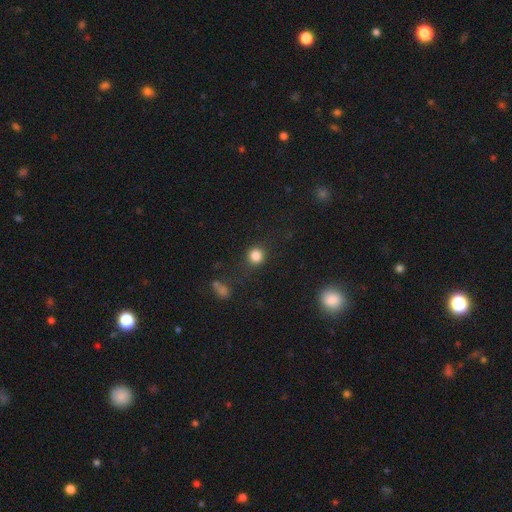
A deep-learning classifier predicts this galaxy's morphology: type=smooth (84%); roundness=round (90%); merging=none (82%).